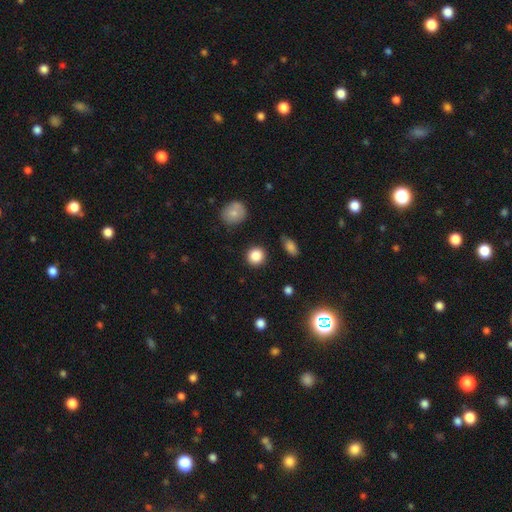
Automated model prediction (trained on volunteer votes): This appears to be a smooth galaxy with no disk features (86%) that is round (91%). Merging: none (89%).